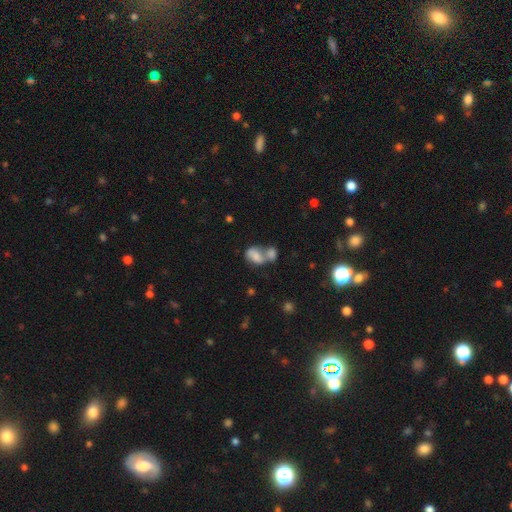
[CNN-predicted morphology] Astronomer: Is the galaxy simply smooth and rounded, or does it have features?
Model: smooth — 69%.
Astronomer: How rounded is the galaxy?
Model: in between — 82%.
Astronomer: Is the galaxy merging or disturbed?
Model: merger — 67%.